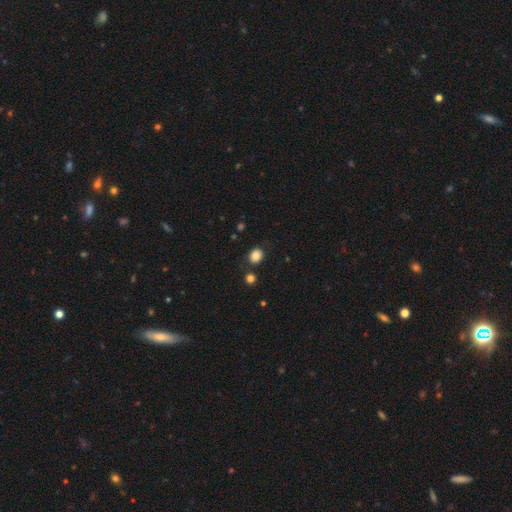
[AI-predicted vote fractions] smooth_or_featured: smooth (p=0.84) [alt: star or artifact p=0.10]
how_rounded: round (p=0.64) [alt: in between p=0.35]
merging: none (p=0.81) [alt: minor disturbance p=0.10]